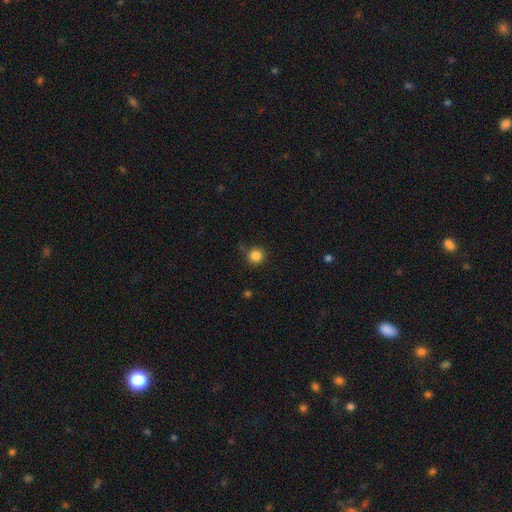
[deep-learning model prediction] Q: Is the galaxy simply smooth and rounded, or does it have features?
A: smooth — 84%.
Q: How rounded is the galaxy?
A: round — 93%.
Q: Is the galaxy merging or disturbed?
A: none — 80%.